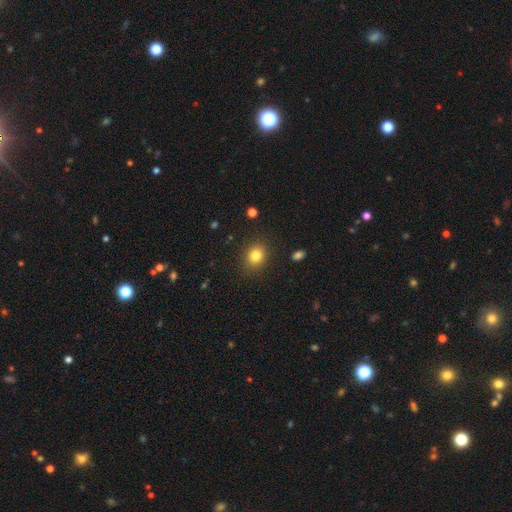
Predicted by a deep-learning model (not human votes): This is clearly a smooth galaxy (82%). How rounded: likely round (62%). Merging: clearly none (87%).